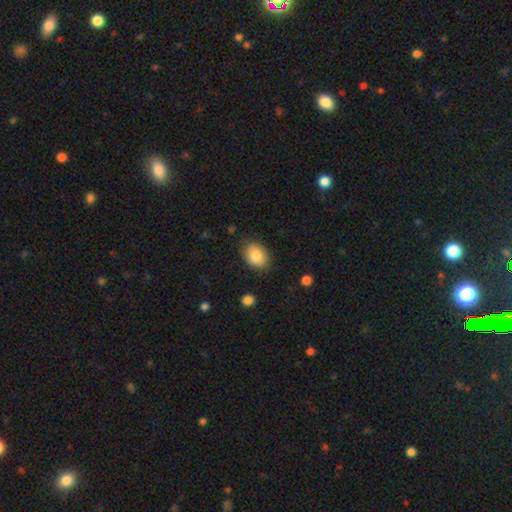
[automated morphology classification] This is clearly a smooth galaxy (87%). How rounded: likely in between (78%). Merging: clearly none (82%).